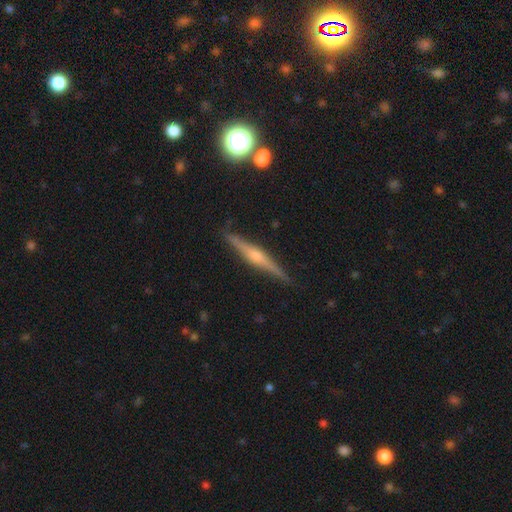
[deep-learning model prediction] Morphology: type=featured or disk (78%); edge-on=yes (98%); edge-on bulge=rounded (81%); merging=none (89%).